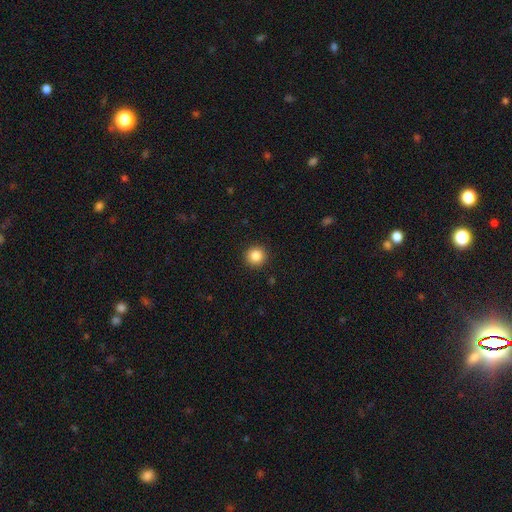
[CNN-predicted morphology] type=smooth (86%); roundness=round (95%); merging=none (92%).